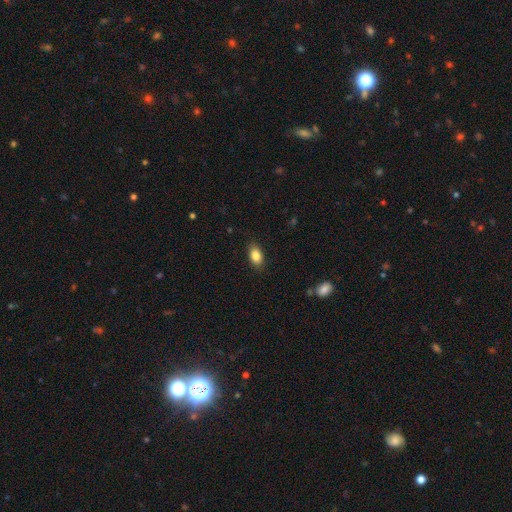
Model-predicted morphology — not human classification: Smooth or featured? smooth (86%)
How rounded? in between (89%)
Merging? none (86%)